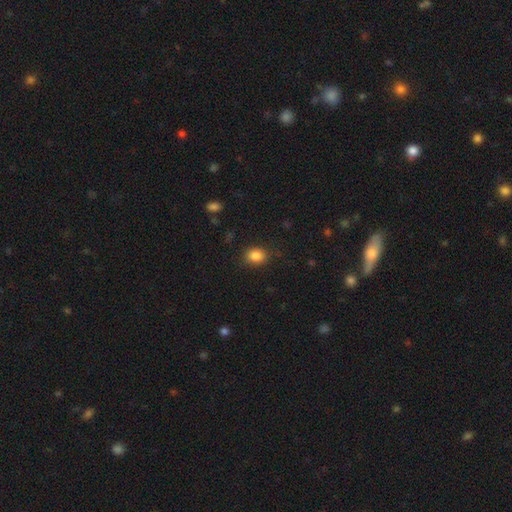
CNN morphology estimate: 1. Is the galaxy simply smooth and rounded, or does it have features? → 86% smooth, 10% star or artifact, 5% featured or disk.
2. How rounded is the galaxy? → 56% in between, 43% round, 1% cigar-shaped.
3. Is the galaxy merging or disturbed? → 84% none, 11% minor disturbance, 3% major disturbance, 1% merger.